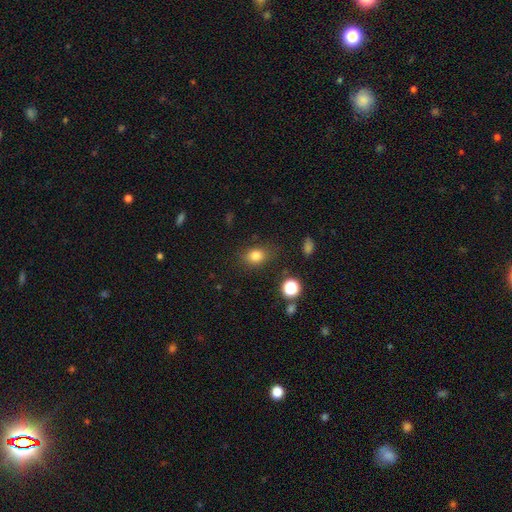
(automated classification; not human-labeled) A smooth galaxy with no disk features (81%) that is in between round and cigar-shaped (52%). Merging: none (81%).